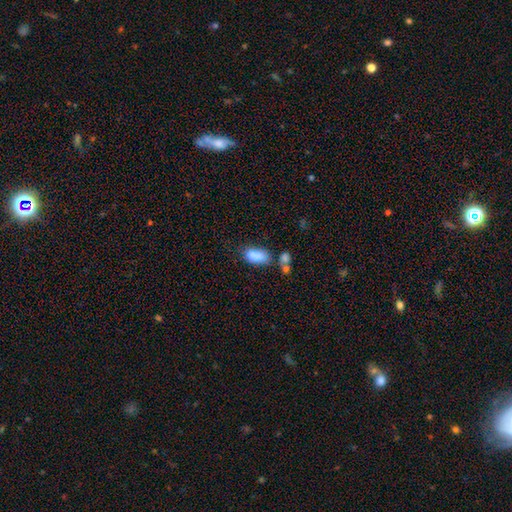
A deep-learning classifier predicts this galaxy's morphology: Smooth or featured? Predicted: smooth (p=0.82). How rounded? Predicted: in between (p=0.88). Merging? Predicted: none (p=0.42).